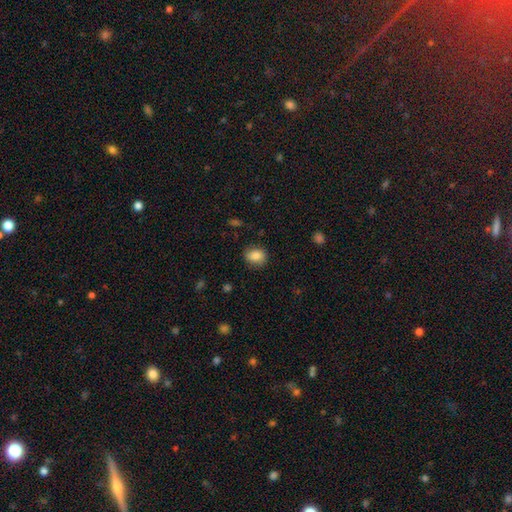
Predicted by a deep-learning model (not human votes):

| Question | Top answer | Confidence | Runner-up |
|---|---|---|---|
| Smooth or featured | smooth | 83% | star or artifact (9%) |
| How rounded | round | 56% | in between (43%) |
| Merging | none | 83% | minor disturbance (13%) |